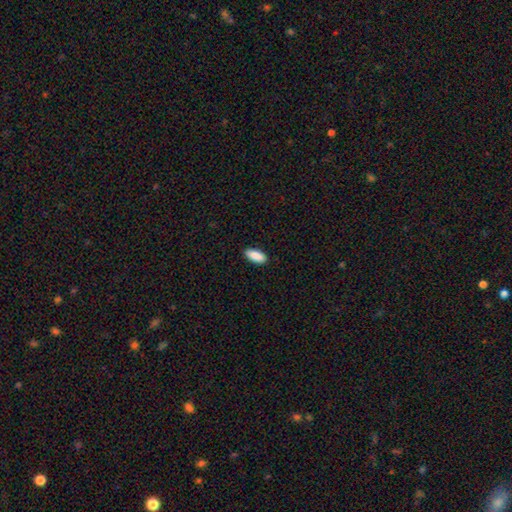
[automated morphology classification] type=smooth (89%); roundness=in between (84%); merging=none (90%).